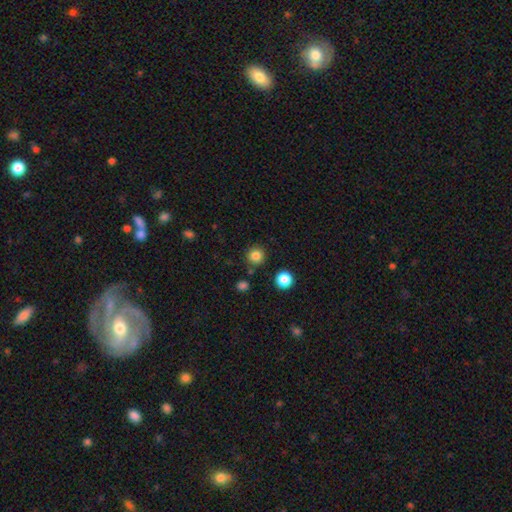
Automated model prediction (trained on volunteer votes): A smooth galaxy with no disk features (83%) that is round (95%). Merging: none (87%).